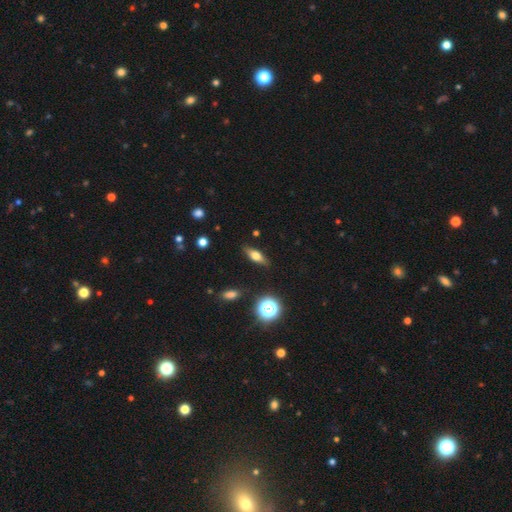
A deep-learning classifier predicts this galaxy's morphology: The model was most divided on "smooth or featured": smooth: 51%, featured or disk: 39%, star or artifact: 11%. More confident: merging — none (85%); how rounded — in between (53%).